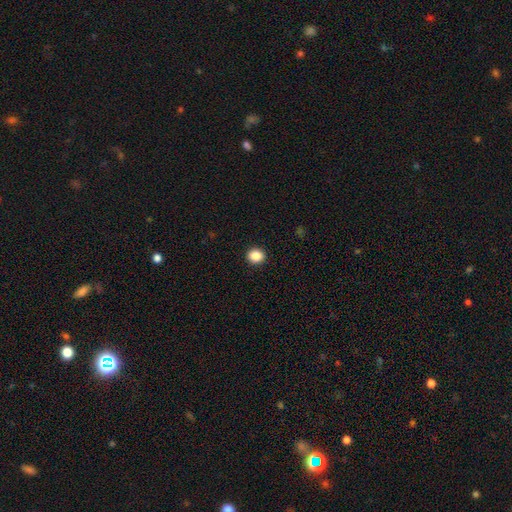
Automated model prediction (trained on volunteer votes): A smooth galaxy with no disk features (87%) that is round (81%). Merging: none (92%).